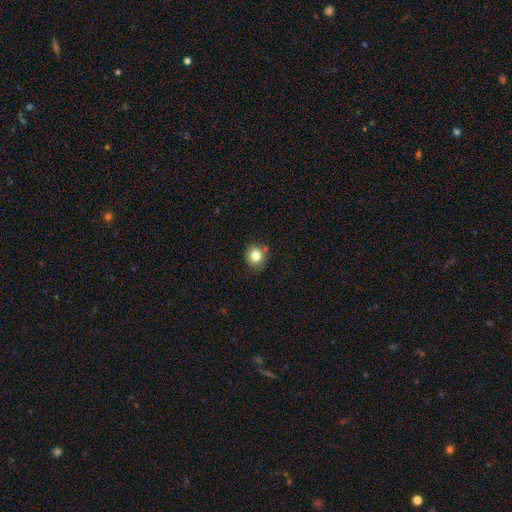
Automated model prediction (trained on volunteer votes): Smooth or featured?
  - smooth: 82% *
  - star or artifact: 11%
  - featured or disk: 7%
How rounded?
  - round: 85% *
  - in between: 14%
  - cigar-shaped: 1%
Merging?
  - none: 80% *
  - minor disturbance: 12%
  - merger: 5%
  - major disturbance: 3%